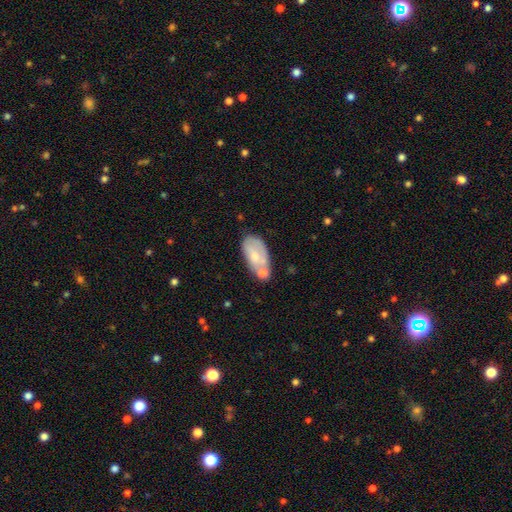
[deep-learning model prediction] Overall: smooth (60%; featured or disk 33%). How rounded: in between (92%). Merging: none (40%; merger 27%).